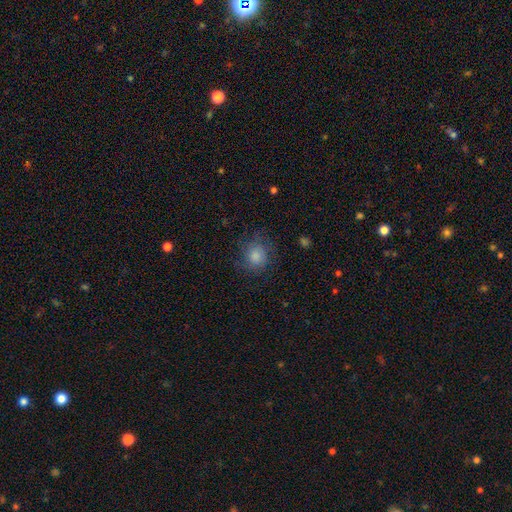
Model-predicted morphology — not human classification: Q: Smooth or featured?
A: smooth (70%); runner-up: featured or disk (15%)
Q: How rounded?
A: round (86%); runner-up: in between (13%)
Q: Merging?
A: none (76%); runner-up: minor disturbance (15%)